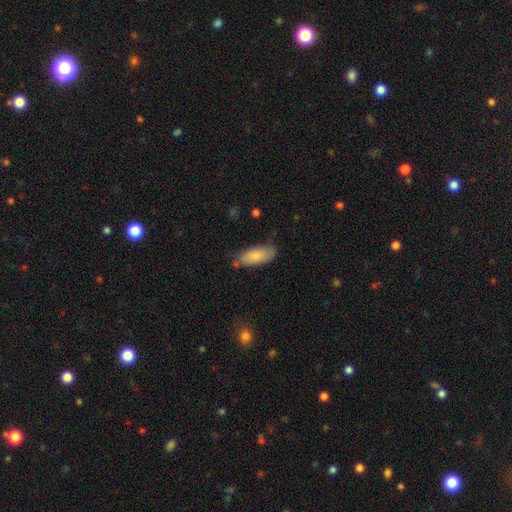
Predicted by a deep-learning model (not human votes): Q: Smooth or featured?
A: smooth (82%); runner-up: featured or disk (11%)
Q: How rounded?
A: in between (81%); runner-up: cigar-shaped (17%)
Q: Merging?
A: none (71%); runner-up: minor disturbance (20%)